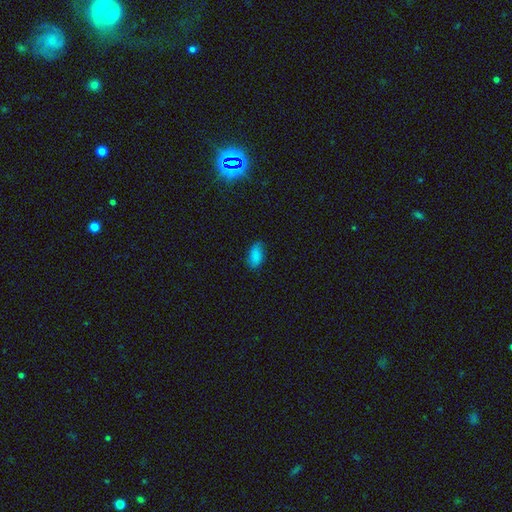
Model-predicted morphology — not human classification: A smooth galaxy with no disk features (86%) that is in between round and cigar-shaped (93%).

Vote fractions:
- Smooth or featured? smooth: 86% / star or artifact: 10% / featured or disk: 5%
- How rounded? in between: 93% / cigar-shaped: 4% / round: 3%
- Merging? none: 80% / minor disturbance: 16% / major disturbance: 3% / merger: 1%